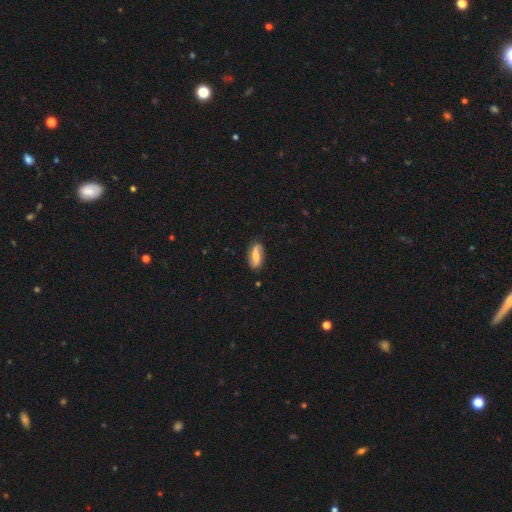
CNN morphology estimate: Smooth or featured: featured or disk — 60% (smooth — 33%)
Edge-on disk: no — 92% (yes — 8%)
Bar: weak — 39% (no — 33%)
Spiral arms: yes — 91% (no — 9%)
Spiral winding: loose — 64% (medium — 24%)
Spiral arm count: 2 — 89% (can't tell — 4%)
Bulge size: moderate — 45% (small — 32%)
Merging: none — 82% (minor disturbance — 13%)